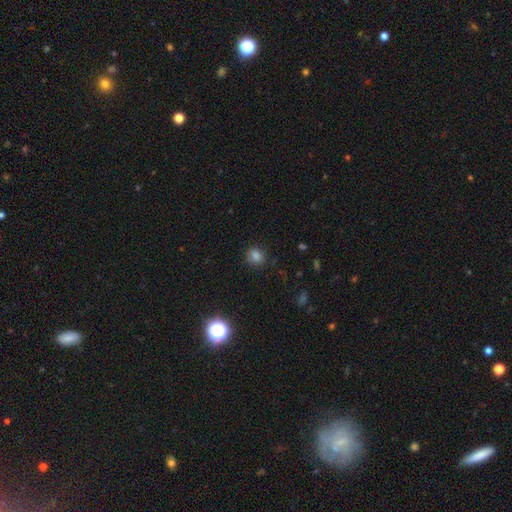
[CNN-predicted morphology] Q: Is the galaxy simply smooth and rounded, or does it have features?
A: smooth — 80%.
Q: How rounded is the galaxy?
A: round — 73%.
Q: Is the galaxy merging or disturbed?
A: none — 83%.